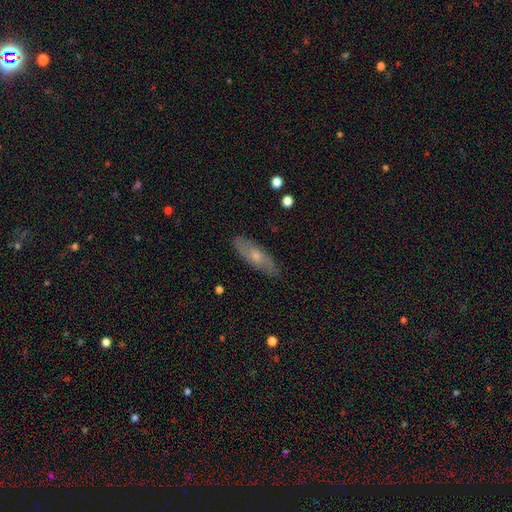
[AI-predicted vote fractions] This appears to be a featured or disk galaxy (47%). Merging: none (85%).